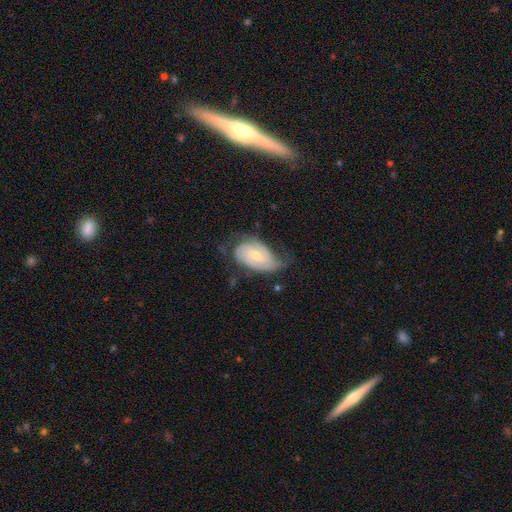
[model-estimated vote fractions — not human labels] smooth-or-featured: featured or disk: 76% | smooth: 18% | star or artifact: 6%
  disk-edge-on: no: 96% | yes: 4%
    bar: weak: 45% | no: 44% | strong: 11%
    has-spiral-arms: yes: 93% | no: 7%
      spiral-winding: tight: 53% | medium: 36% | loose: 11%
      spiral-arm-count: 2: 54% | can't tell: 21% | 3: 16% | 1: 3% | 4: 3% | more than 4: 2%
    bulge-size: small: 50% | moderate: 45% | none: 2% | large: 2% | dominant: 1%
  merging: none: 56% | minor disturbance: 30% | major disturbance: 13% | merger: 2%